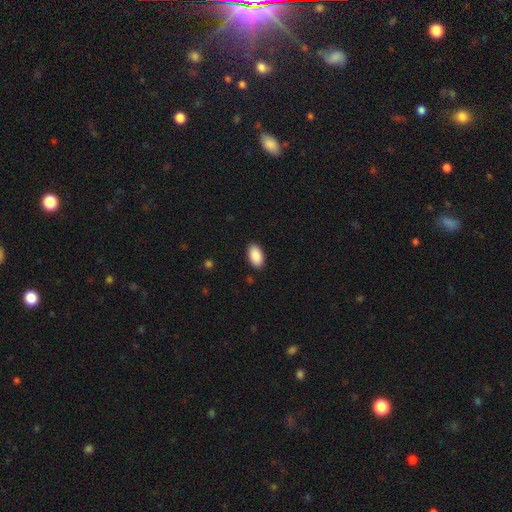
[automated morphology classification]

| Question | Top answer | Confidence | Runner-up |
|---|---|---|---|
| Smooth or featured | smooth | 90% | star or artifact (6%) |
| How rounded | in between | 95% | round (3%) |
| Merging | none | 89% | minor disturbance (8%) |